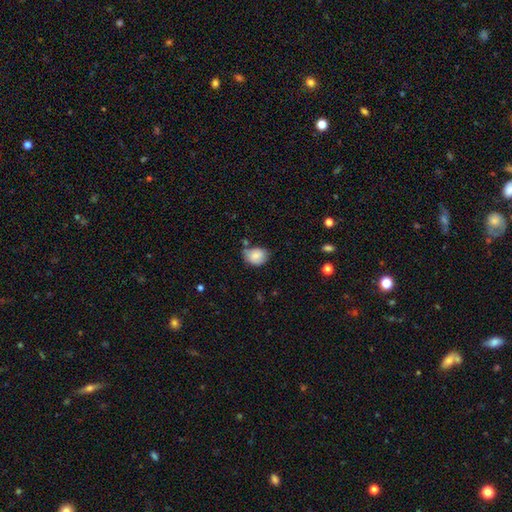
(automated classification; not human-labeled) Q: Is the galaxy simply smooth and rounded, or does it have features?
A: smooth — 81%.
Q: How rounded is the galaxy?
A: in between — 59%.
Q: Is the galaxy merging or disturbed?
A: none — 61%.